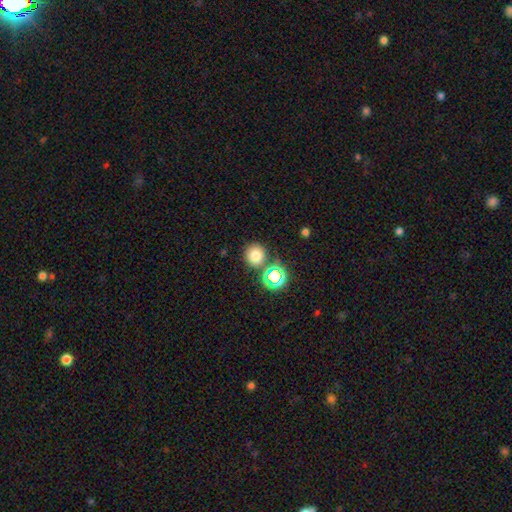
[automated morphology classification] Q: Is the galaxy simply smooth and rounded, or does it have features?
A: smooth — 73%.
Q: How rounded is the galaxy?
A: round — 90%.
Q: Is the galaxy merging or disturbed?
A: none — 76%.